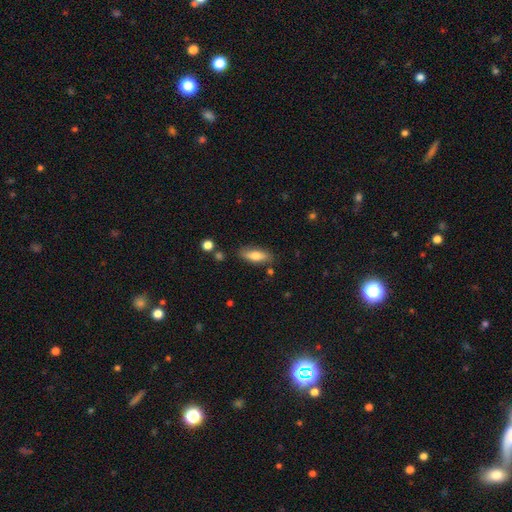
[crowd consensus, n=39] Smooth or featured: smooth — 69% (featured or disk — 28%)
How rounded: in between — 74% (cigar-shaped — 22%)
Merging: none — 82% (minor disturbance — 13%)